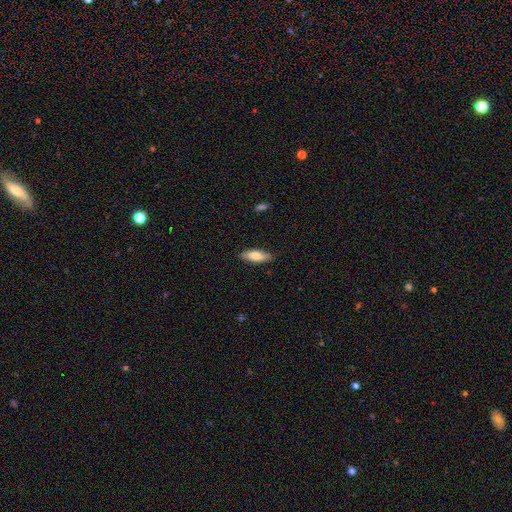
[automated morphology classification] Smooth or featured?
  - smooth: 76% *
  - featured or disk: 18%
  - star or artifact: 6%
How rounded?
  - in between: 56% *
  - cigar-shaped: 42%
  - round: 2%
Merging?
  - none: 87% *
  - minor disturbance: 10%
  - major disturbance: 2%
  - merger: 1%